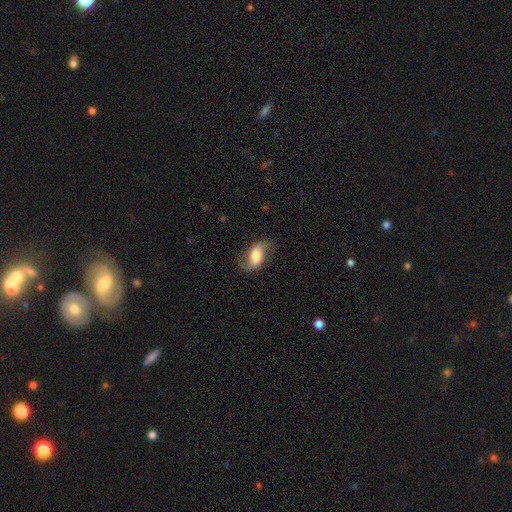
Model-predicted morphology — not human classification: A featured or disk galaxy (55%) with no bar (46%), spiral arms (89%) and a moderate central bulge (33%).

Vote fractions:
- Smooth or featured? featured or disk: 55% / smooth: 37% / star or artifact: 8%
- Edge-on disk? no: 94% / yes: 6%
- Bar? no: 46% / weak: 35% / strong: 20%
- Spiral arms? yes: 89% / no: 11%
- Bulge size? moderate: 33% / large: 31% / small: 18% / dominant: 9% / none: 8%
- Merging? none: 68% / minor disturbance: 20% / major disturbance: 10% / merger: 1%